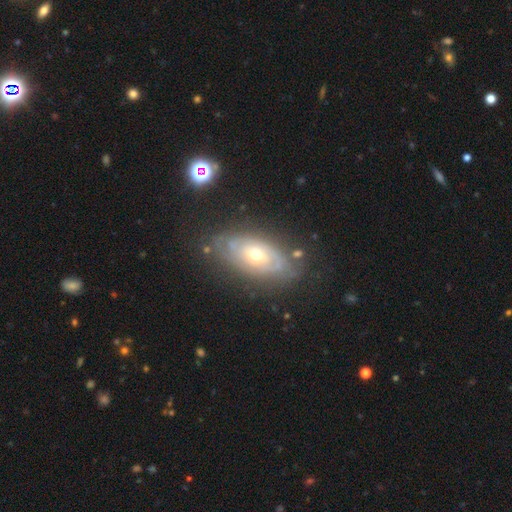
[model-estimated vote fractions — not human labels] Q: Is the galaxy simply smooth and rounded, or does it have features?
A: featured or disk — 74%.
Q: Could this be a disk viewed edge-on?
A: no — 90%.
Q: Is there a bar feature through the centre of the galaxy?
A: no — 78%.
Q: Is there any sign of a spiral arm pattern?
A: yes — 74%.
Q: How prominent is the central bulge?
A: moderate — 62%.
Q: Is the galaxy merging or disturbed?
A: none — 73%.